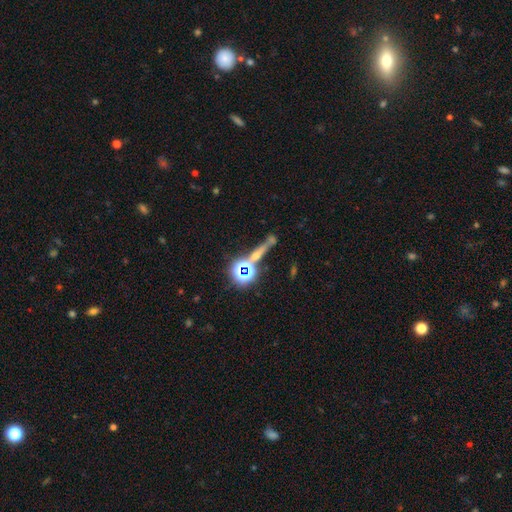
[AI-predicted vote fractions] A star or artifact, not a galaxy (39%).

Vote fractions:
- Smooth or featured? star or artifact: 39% / smooth: 33% / featured or disk: 28%